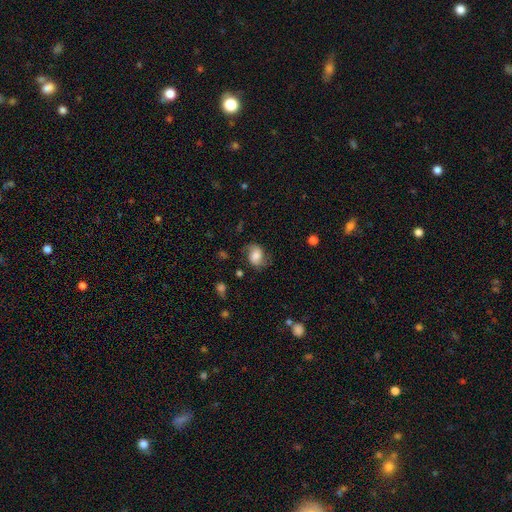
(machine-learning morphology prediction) Q: Smooth or featured?
A: smooth (51%); runner-up: featured or disk (40%)
Q: How rounded?
A: in between (60%); runner-up: round (39%)
Q: Merging?
A: none (66%); runner-up: minor disturbance (22%)